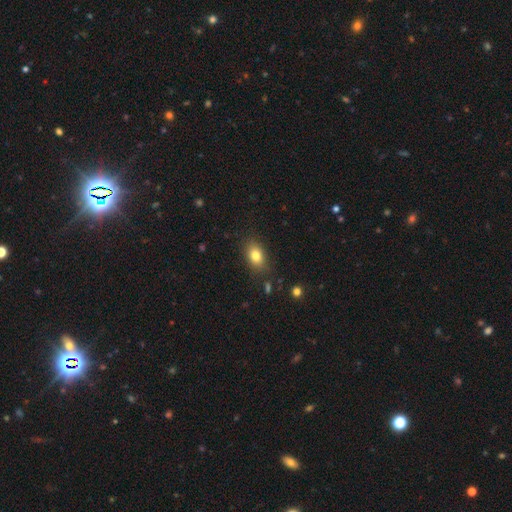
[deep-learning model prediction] Morphology: type=smooth (80%); roundness=in between (78%); merging=none (83%).